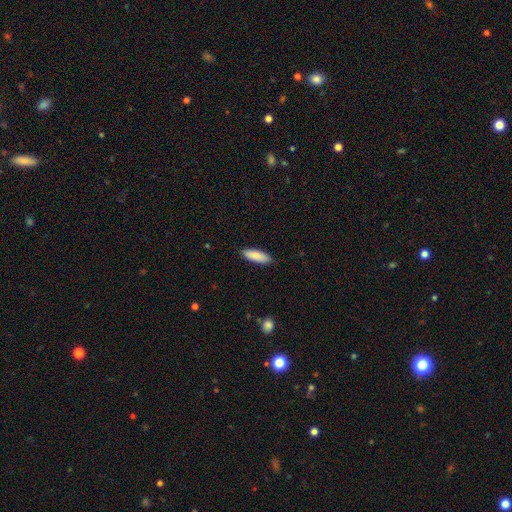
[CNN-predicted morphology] Smooth or featured: smooth — 83% (featured or disk — 11%)
How rounded: in between — 57% (cigar-shaped — 42%)
Merging: none — 88% (minor disturbance — 9%)